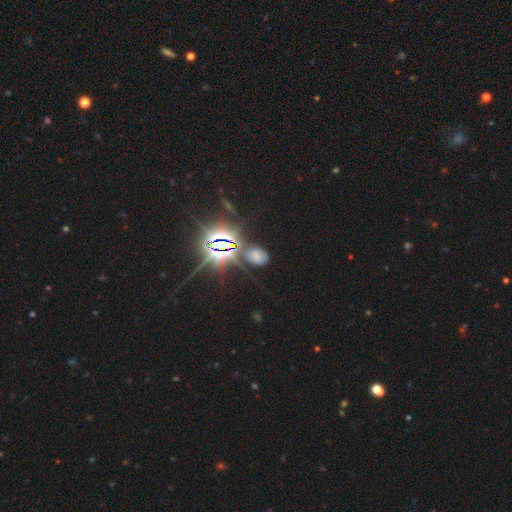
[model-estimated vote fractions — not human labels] A star or artifact, not a galaxy (47%).

Vote fractions:
- Smooth or featured? star or artifact: 47% / smooth: 37% / featured or disk: 16%